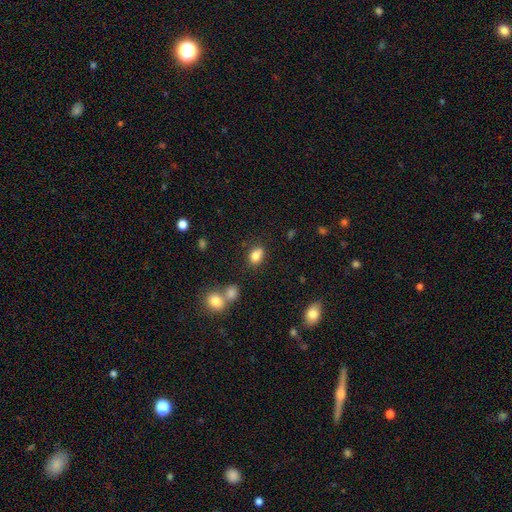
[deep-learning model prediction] This appears to be a smooth galaxy with no disk features (82%) that is in between round and cigar-shaped (71%). Merging: none (67%).